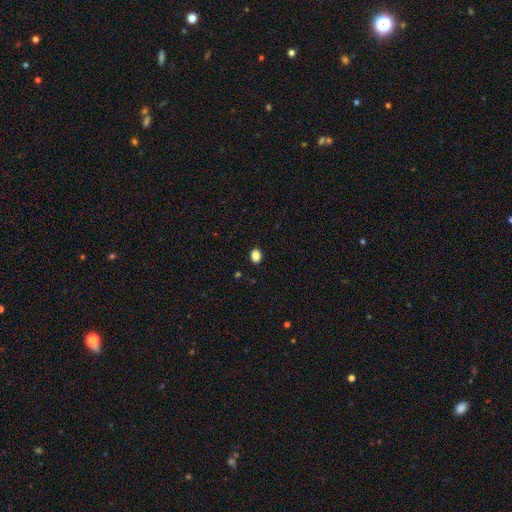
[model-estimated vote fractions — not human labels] A smooth galaxy with no disk features (87%) that is in between round and cigar-shaped (67%). Merging: none (90%).